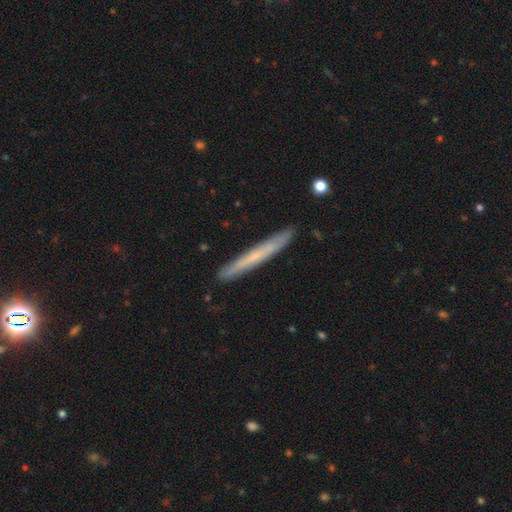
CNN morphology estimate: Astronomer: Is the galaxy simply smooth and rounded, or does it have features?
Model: smooth — 50% (runner-up: featured or disk, 43%).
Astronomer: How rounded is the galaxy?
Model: cigar-shaped — 97%.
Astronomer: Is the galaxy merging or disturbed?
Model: none — 90%.